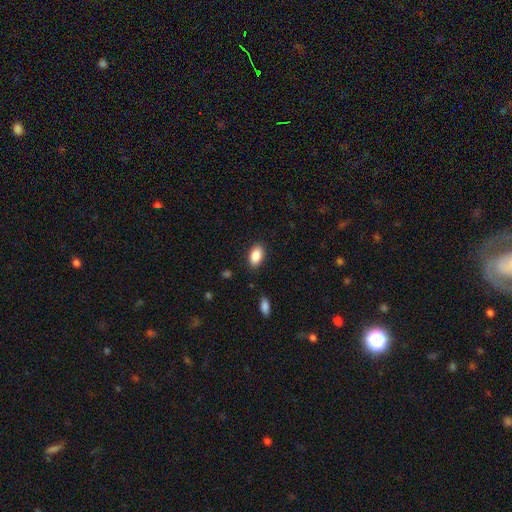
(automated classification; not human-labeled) smooth-or-featured: smooth: 89% | star or artifact: 7% | featured or disk: 4%
  how-rounded: in between: 92% | round: 6% | cigar-shaped: 2%
  merging: none: 86% | minor disturbance: 10% | major disturbance: 3% | merger: 1%